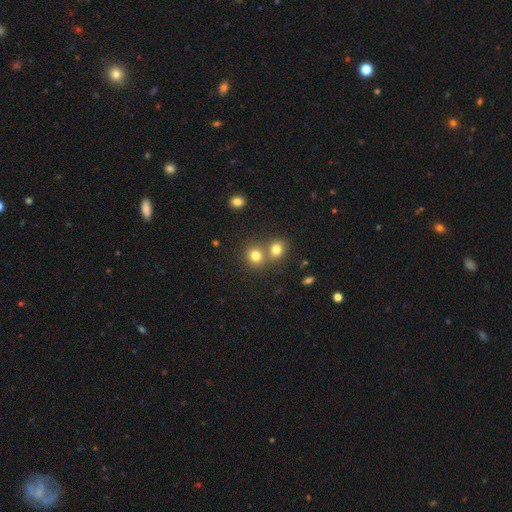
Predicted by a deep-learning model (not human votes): Overall: smooth (78%). How rounded: round (81%). Merging: none (53%; merger 37%).